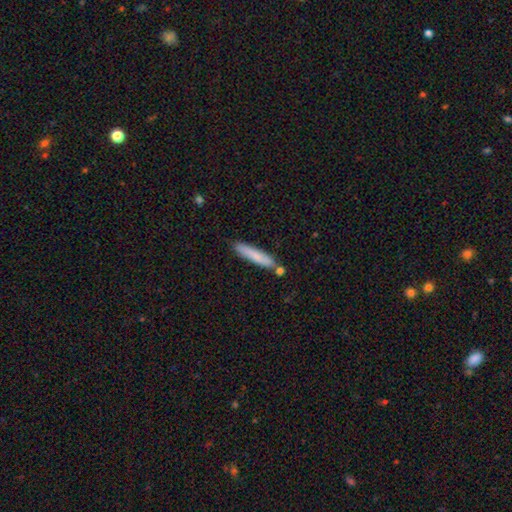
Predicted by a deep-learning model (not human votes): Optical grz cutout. It shows a smooth galaxy with no disk features (76%) that is cigar-shaped (90%). Merging: none (77%).